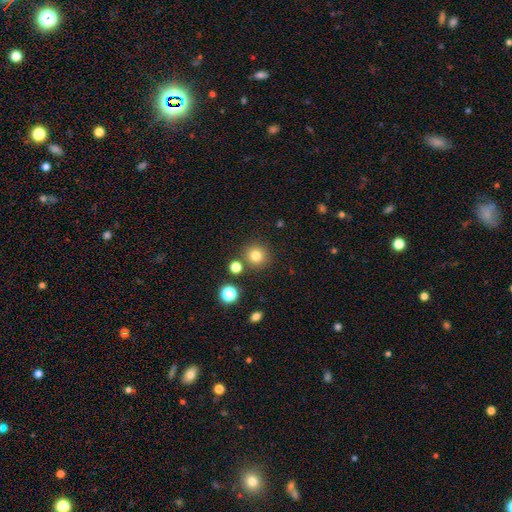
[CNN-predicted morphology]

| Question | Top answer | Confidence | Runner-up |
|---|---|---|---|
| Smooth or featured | smooth | 80% | star or artifact (14%) |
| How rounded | round | 93% | in between (6%) |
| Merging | none | 83% | minor disturbance (7%) |